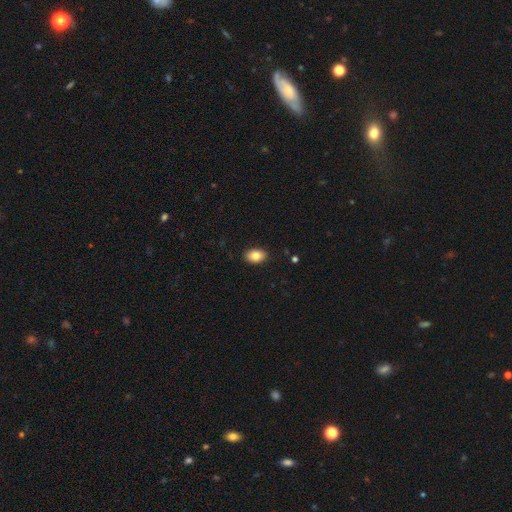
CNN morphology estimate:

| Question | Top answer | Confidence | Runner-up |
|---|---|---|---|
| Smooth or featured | smooth | 83% | featured or disk (9%) |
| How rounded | in between | 85% | round (14%) |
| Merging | none | 89% | minor disturbance (8%) |